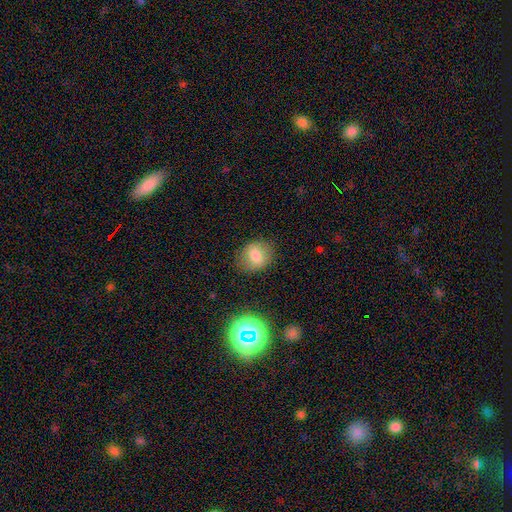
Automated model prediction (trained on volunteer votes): Morphology: type=smooth (76%); roundness=round (57%); merging=none (82%).